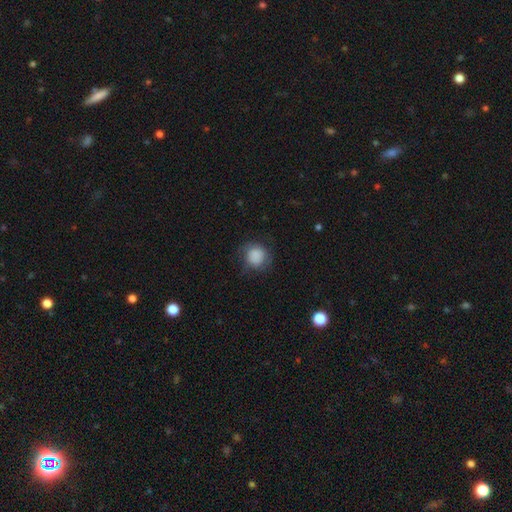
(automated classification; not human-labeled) Overall: smooth (84%). How rounded: round (86%). Merging: none (69%).